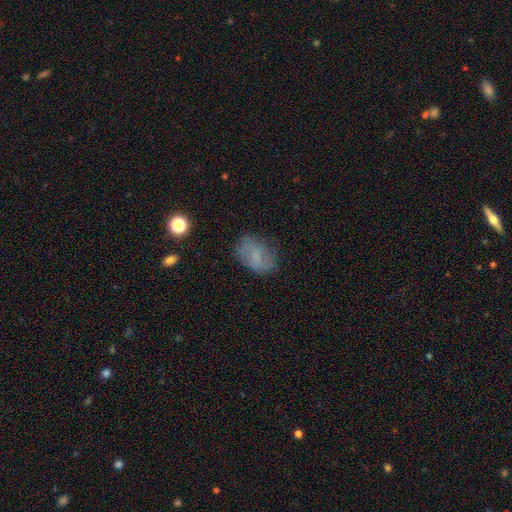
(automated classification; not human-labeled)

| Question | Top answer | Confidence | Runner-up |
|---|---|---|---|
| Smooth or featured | smooth | 65% | featured or disk (25%) |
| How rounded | in between | 81% | round (18%) |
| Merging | none | 68% | minor disturbance (22%) |